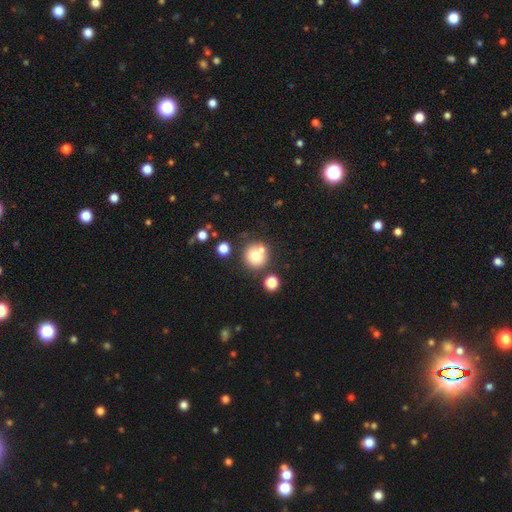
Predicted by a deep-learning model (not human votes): This appears to be a smooth galaxy with no disk features (74%) that is round (91%). Merging: none (68%).